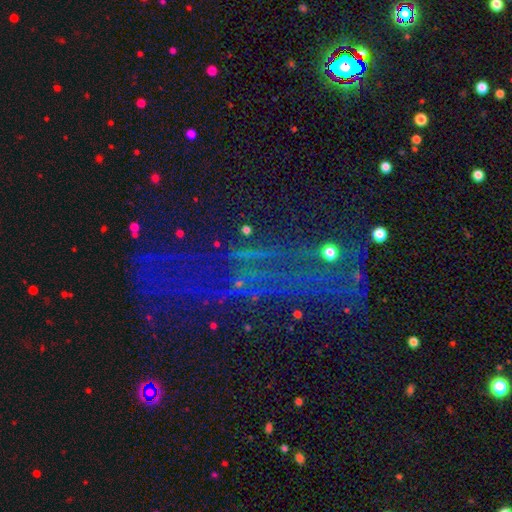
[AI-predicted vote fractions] Q: Smooth or featured?
A: star or artifact (54%); runner-up: featured or disk (26%)